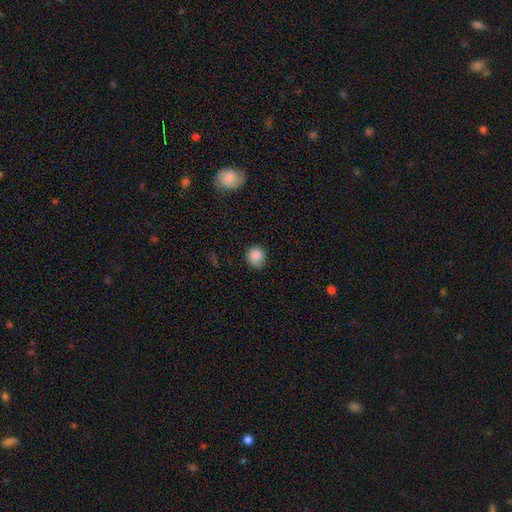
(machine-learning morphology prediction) smooth 86%, star or artifact 10%, featured or disk 4%. Down the decision tree: how rounded — round (85%); merging — none (75%).